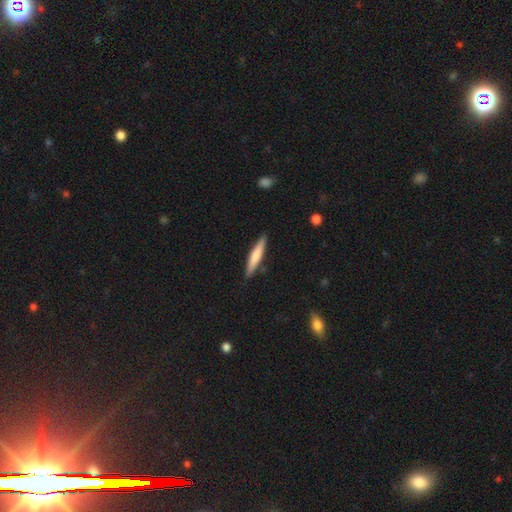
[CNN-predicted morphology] The model was most divided on "smooth or featured": smooth: 67%, featured or disk: 28%, star or artifact: 5%. More confident: how rounded — cigar-shaped (92%); merging — none (88%).